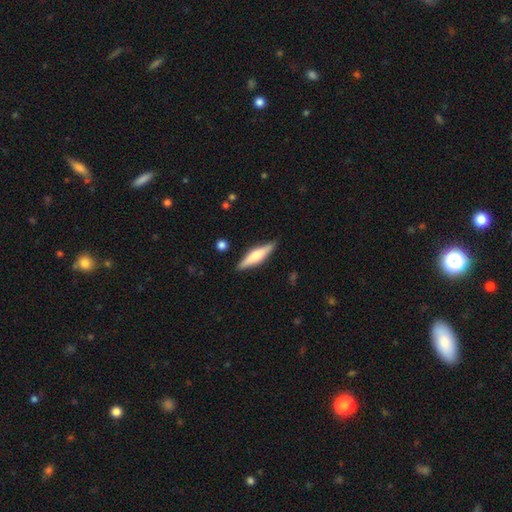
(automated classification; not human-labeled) Morphology: type=featured or disk (48%); merging=none (88%).